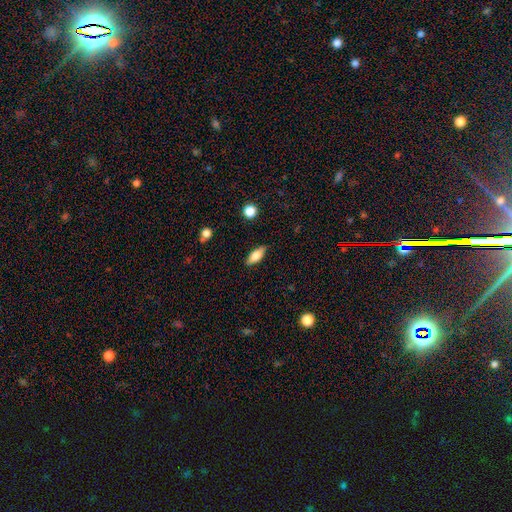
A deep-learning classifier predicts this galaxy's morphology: Overall: smooth (67%). How rounded: in between (74%). Merging: none (85%).